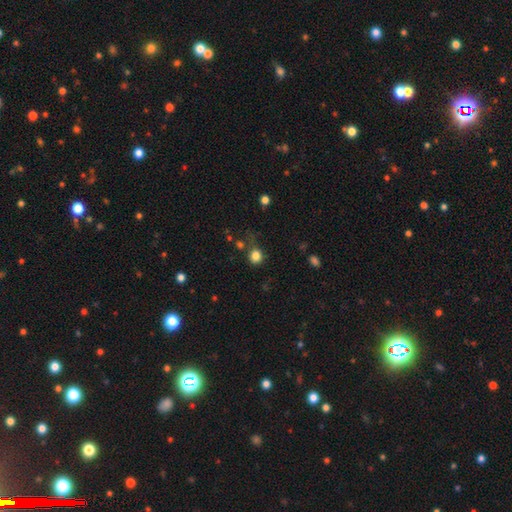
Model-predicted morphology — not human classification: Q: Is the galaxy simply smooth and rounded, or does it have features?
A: smooth — 83%.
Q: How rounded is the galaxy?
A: round — 81%.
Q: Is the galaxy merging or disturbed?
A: none — 65%.